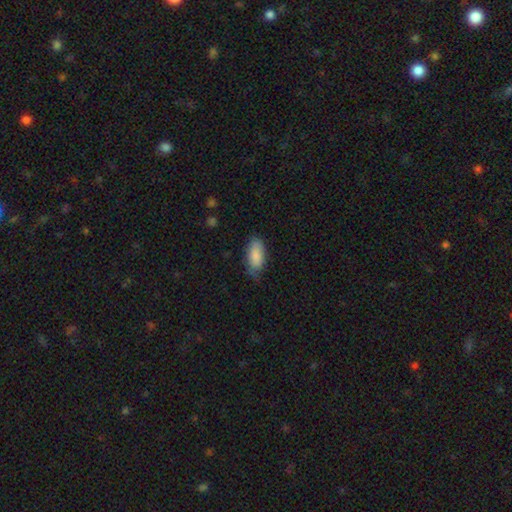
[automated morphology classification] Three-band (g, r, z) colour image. It shows a smooth galaxy with no disk features (85%) that is in between round and cigar-shaped (90%). Merging: none (57%).